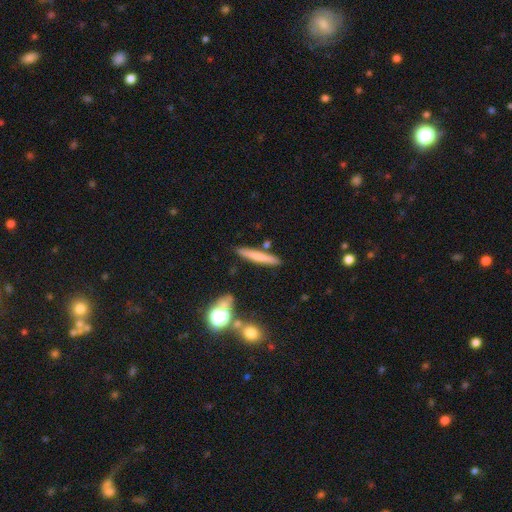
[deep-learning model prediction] Smooth or featured?
  - smooth: 66% *
  - featured or disk: 26%
  - star or artifact: 8%
How rounded?
  - cigar-shaped: 93% *
  - in between: 5%
  - round: 2%
Merging?
  - none: 85% *
  - minor disturbance: 9%
  - merger: 4%
  - major disturbance: 2%